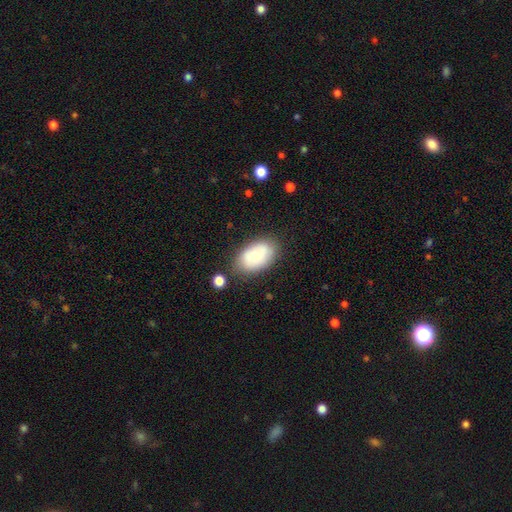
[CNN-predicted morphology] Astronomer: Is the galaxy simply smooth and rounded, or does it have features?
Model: smooth — 72%.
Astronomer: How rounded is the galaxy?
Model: in between — 92%.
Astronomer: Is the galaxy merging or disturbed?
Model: none — 72%.